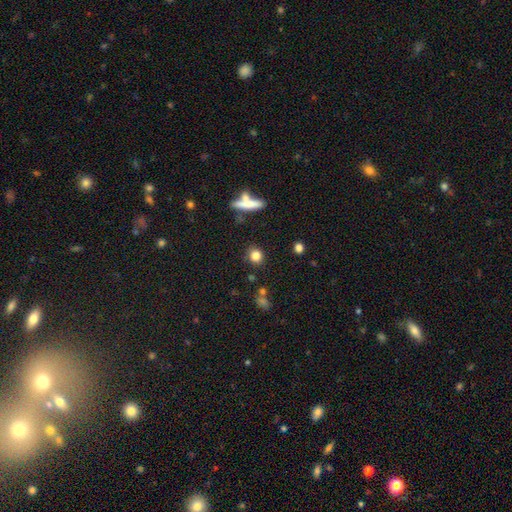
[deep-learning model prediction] Overall: smooth (81%). How rounded: round (79%). Merging: none (83%).